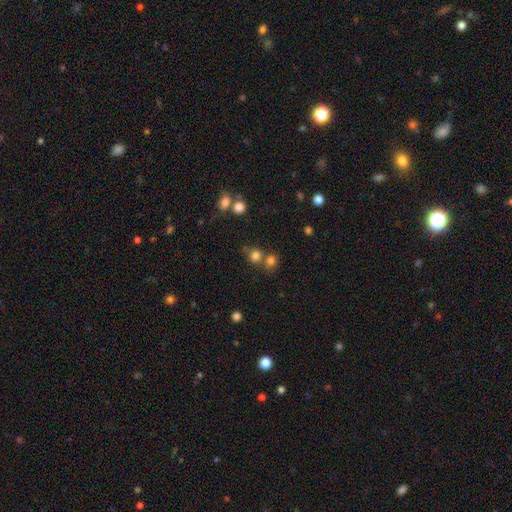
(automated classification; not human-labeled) Q: Smooth or featured?
A: smooth (76%); runner-up: star or artifact (16%)
Q: How rounded?
A: round (84%); runner-up: in between (15%)
Q: Merging?
A: none (56%); runner-up: merger (32%)